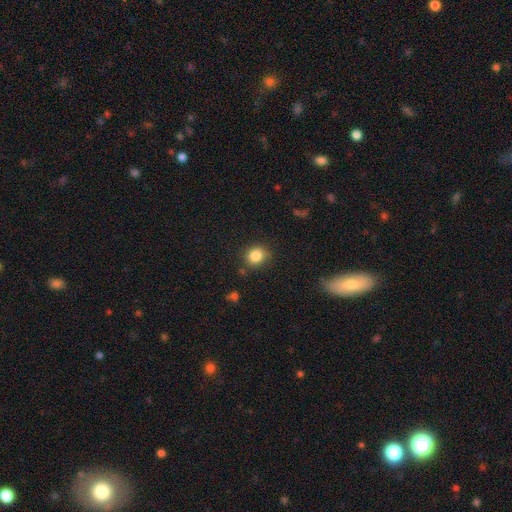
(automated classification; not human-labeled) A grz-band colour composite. It shows a smooth galaxy with no disk features (85%) that is round (73%). Merging: none (81%).